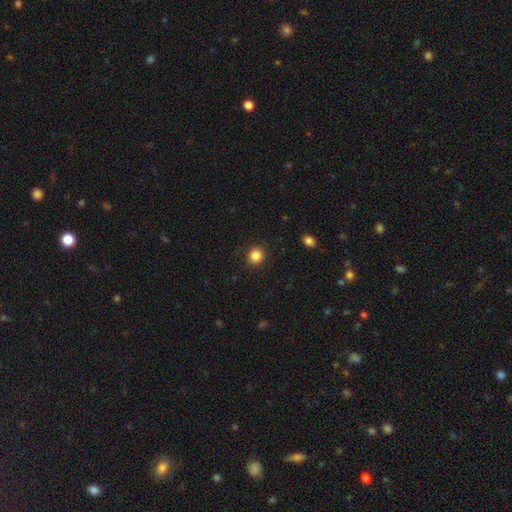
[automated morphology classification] Q: Smooth or featured?
A: smooth (85%); runner-up: star or artifact (11%)
Q: How rounded?
A: round (85%); runner-up: in between (15%)
Q: Merging?
A: none (90%); runner-up: minor disturbance (6%)